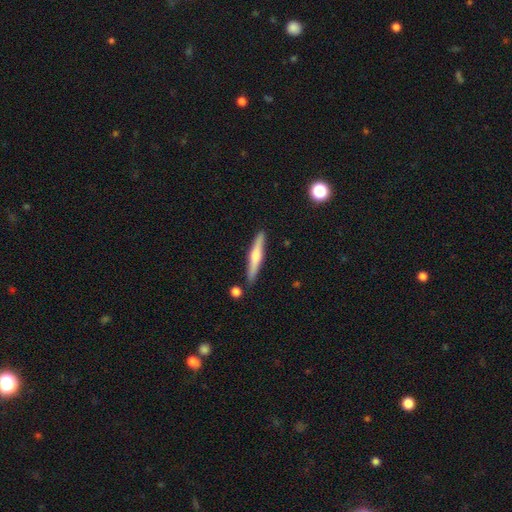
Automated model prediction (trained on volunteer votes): This is possibly a featured or disk galaxy (54%). It is clearly viewed edge-on (96%). Edge-on bulge: likely rounded (77%). Merging: clearly none (85%).